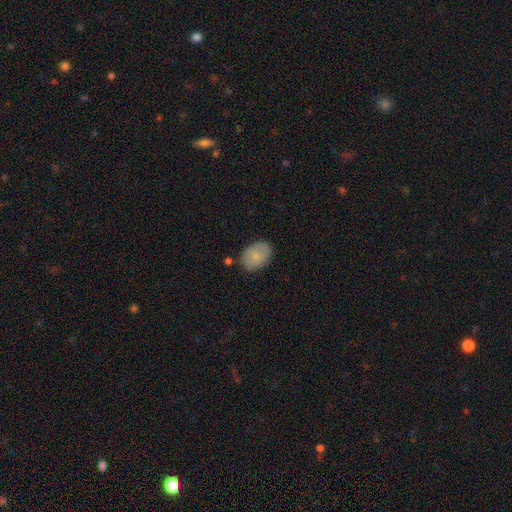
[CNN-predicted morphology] A smooth galaxy with no disk features (83%) that is in between round and cigar-shaped (80%). Merging: none (78%).